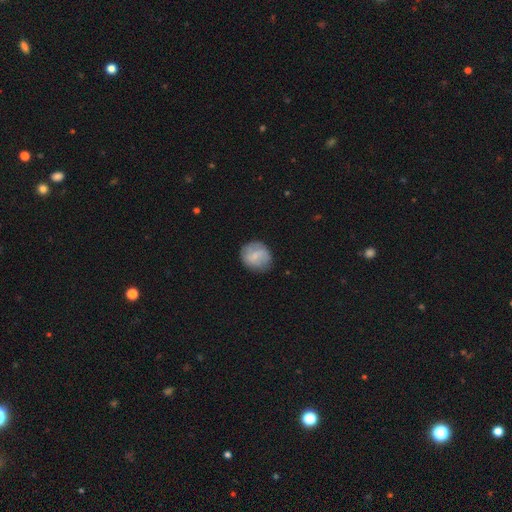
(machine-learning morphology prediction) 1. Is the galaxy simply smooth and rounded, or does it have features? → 65% smooth, 28% featured or disk, 7% star or artifact.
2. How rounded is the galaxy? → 84% round, 15% in between, 1% cigar-shaped.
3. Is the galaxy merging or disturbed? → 79% none, 15% minor disturbance, 5% major disturbance, 1% merger.